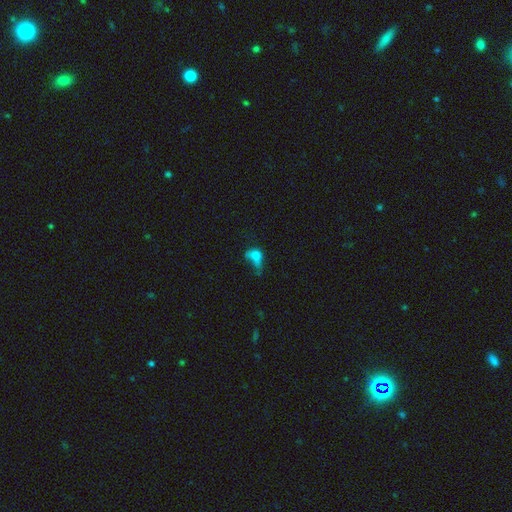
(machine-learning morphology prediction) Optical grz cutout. It shows a smooth galaxy with no disk features (64%) that is in between round and cigar-shaped (65%). Merging: major disturbance (48%).